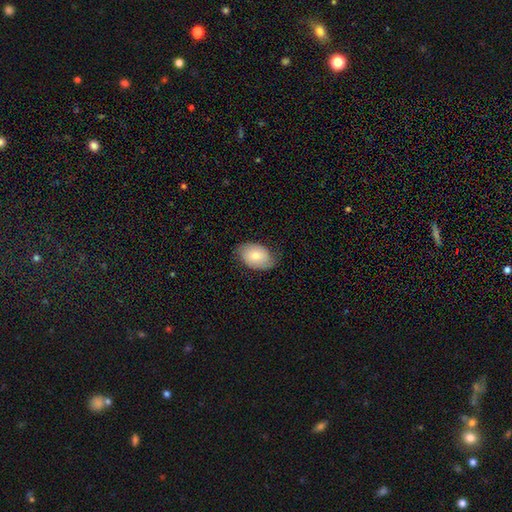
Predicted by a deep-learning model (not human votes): Smooth or featured? smooth (63%)
How rounded? in between (83%)
Merging? none (72%)